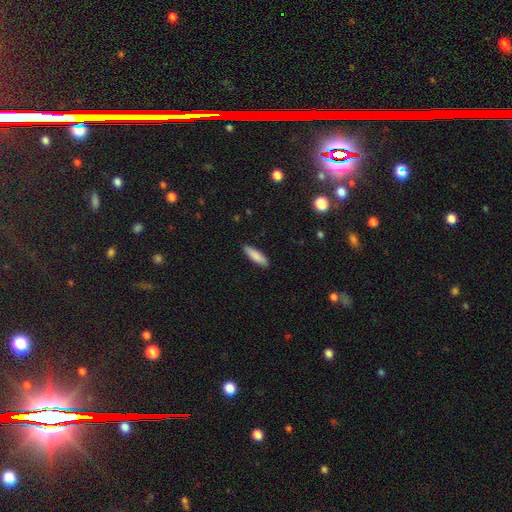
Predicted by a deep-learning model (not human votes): A smooth galaxy with no disk features (86%) that is cigar-shaped (59%). Merging: none (88%).